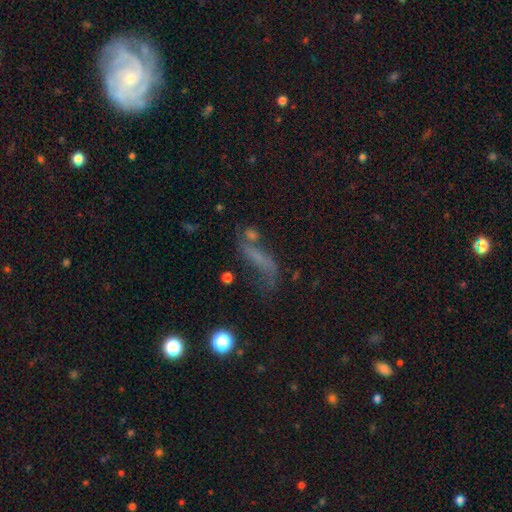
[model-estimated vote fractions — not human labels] The model was most divided on "smooth or featured": smooth: 39%, featured or disk: 37%, star or artifact: 24%. Remaining: merging — none (37%).